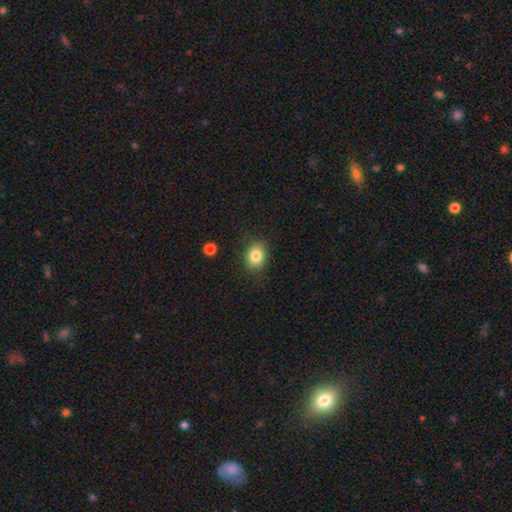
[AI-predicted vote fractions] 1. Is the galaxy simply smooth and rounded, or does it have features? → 83% smooth, 10% star or artifact, 7% featured or disk.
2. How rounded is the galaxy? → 50% round, 49% in between, 1% cigar-shaped.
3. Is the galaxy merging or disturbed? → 81% none, 13% minor disturbance, 4% major disturbance, 2% merger.